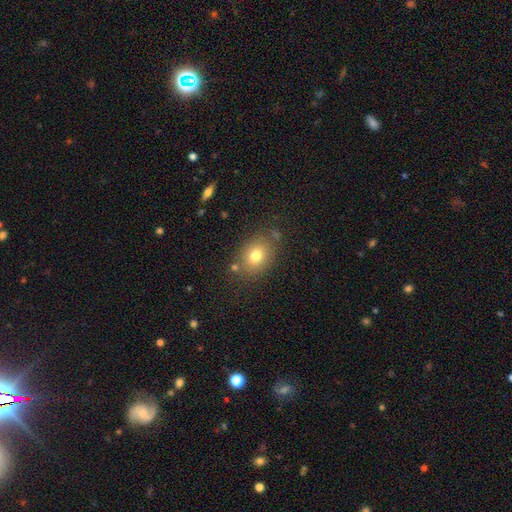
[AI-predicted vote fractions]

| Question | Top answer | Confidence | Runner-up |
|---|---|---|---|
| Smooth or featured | smooth | 76% | star or artifact (13%) |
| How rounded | in between | 54% | round (45%) |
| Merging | none | 77% | minor disturbance (13%) |